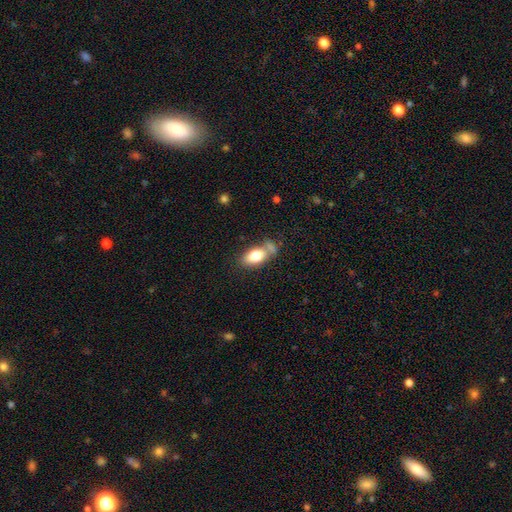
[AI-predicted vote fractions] smooth 76%, featured or disk 16%, star or artifact 7%. Down the decision tree: how rounded — in between (88%); merging — none (50%).